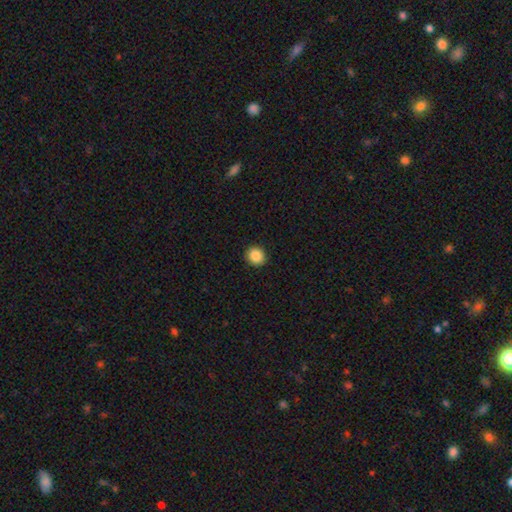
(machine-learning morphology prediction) Smooth or featured? smooth (87%)
How rounded? round (90%)
Merging? none (91%)